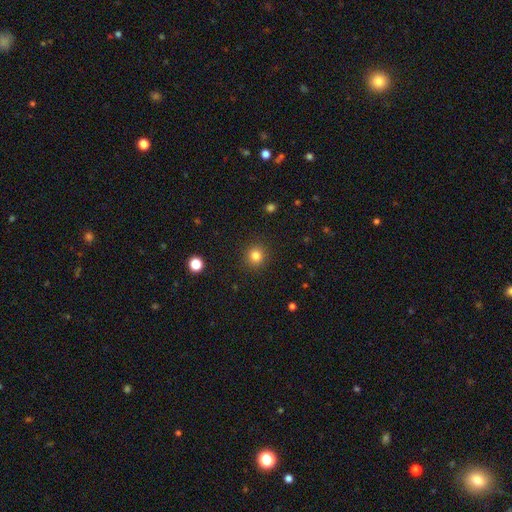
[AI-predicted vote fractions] The model was most divided on "smooth or featured": smooth: 82%, star or artifact: 12%, featured or disk: 5%. More confident: merging — none (91%); how rounded — round (90%).